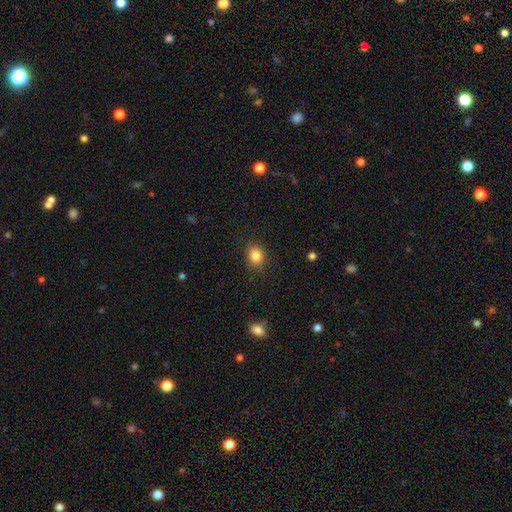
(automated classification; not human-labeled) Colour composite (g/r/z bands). It shows a smooth galaxy with no disk features (85%) that is round (71%). Merging: none (88%).